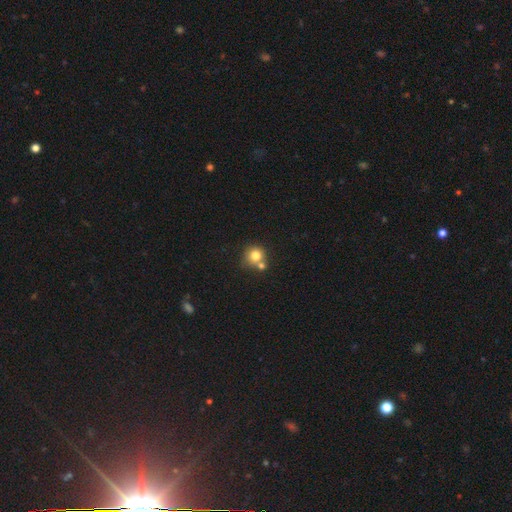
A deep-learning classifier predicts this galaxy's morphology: Smooth or featured? Predicted: smooth (p=0.78). How rounded? Predicted: round (p=0.90). Merging? Predicted: none (p=0.56).